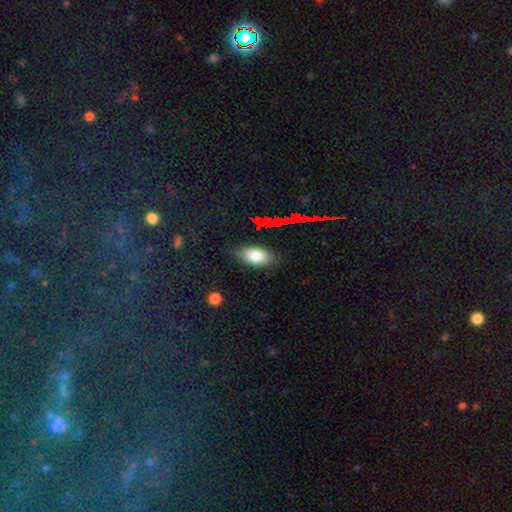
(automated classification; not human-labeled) Smooth or featured: smooth — 79% (featured or disk — 14%)
How rounded: in between — 90% (round — 5%)
Merging: none — 81% (minor disturbance — 13%)